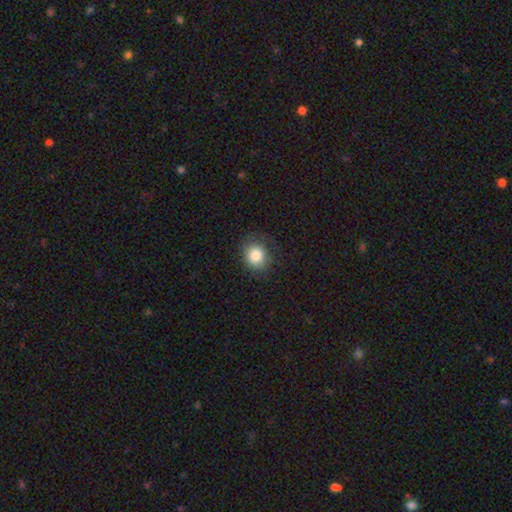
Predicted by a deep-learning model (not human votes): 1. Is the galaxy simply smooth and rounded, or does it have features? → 83% smooth, 10% star or artifact, 7% featured or disk.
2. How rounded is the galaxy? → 79% round, 20% in between, 1% cigar-shaped.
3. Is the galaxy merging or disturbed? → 79% none, 15% minor disturbance, 6% major disturbance, 1% merger.